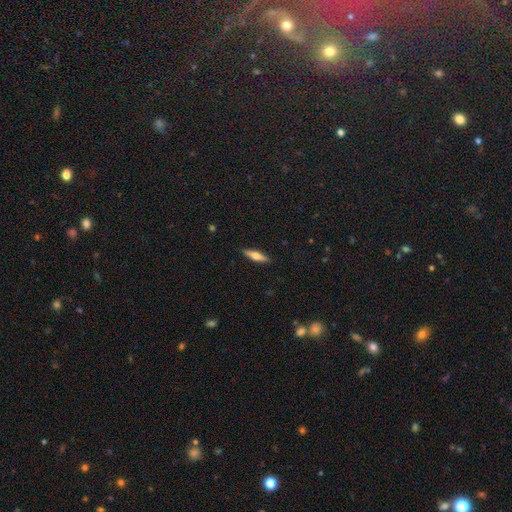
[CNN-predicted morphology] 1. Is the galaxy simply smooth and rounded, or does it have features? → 51% smooth, 43% featured or disk, 6% star or artifact.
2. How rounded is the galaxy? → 77% cigar-shaped, 21% in between, 2% round.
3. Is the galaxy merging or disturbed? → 90% none, 7% minor disturbance, 2% major disturbance, 1% merger.